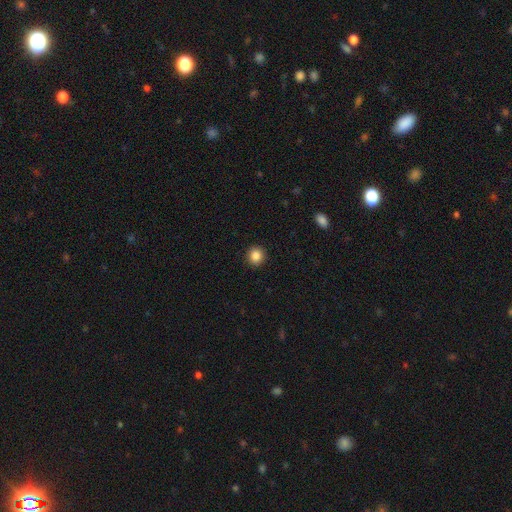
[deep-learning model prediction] A smooth galaxy with no disk features (86%) that is round (90%). Merging: none (92%).